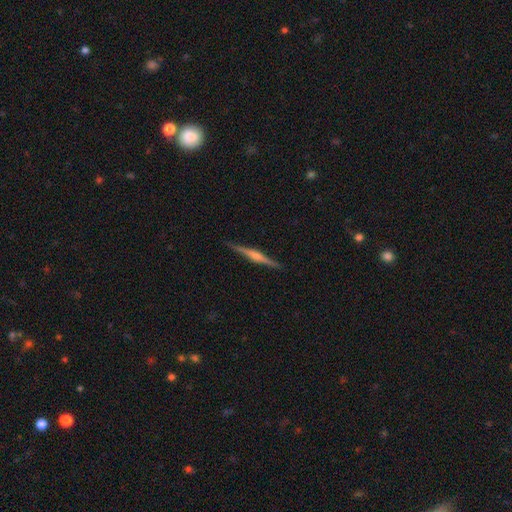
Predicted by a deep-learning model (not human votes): Q: Smooth or featured?
A: featured or disk (75%); runner-up: smooth (20%)
Q: Edge-on disk?
A: yes (98%); runner-up: no (2%)
Q: Edge-on bulge?
A: rounded (72%); runner-up: boxy (18%)
Q: Merging?
A: none (90%); runner-up: minor disturbance (7%)